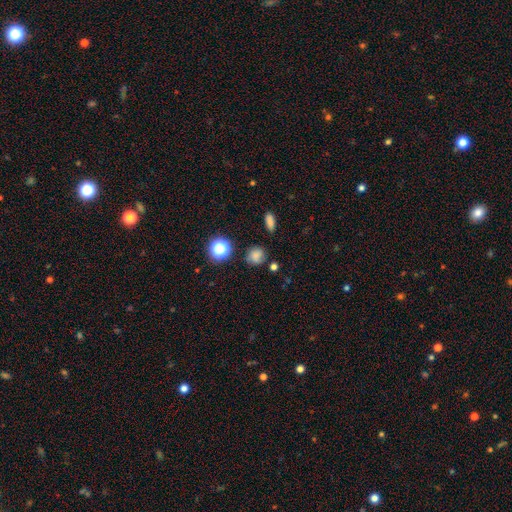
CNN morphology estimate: smooth 70%, star or artifact 19%, featured or disk 10%. Down the decision tree: how rounded — round (81%); merging — none (72%).